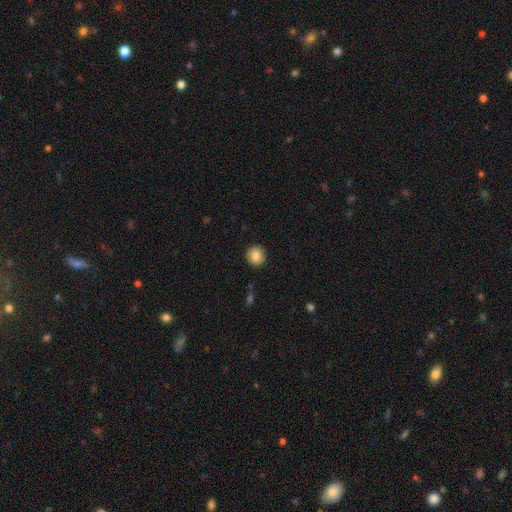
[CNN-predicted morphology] Smooth or featured?
  - smooth: 85% *
  - star or artifact: 8%
  - featured or disk: 7%
How rounded?
  - round: 89% *
  - in between: 10%
  - cigar-shaped: 1%
Merging?
  - none: 91% *
  - minor disturbance: 6%
  - major disturbance: 2%
  - merger: 1%